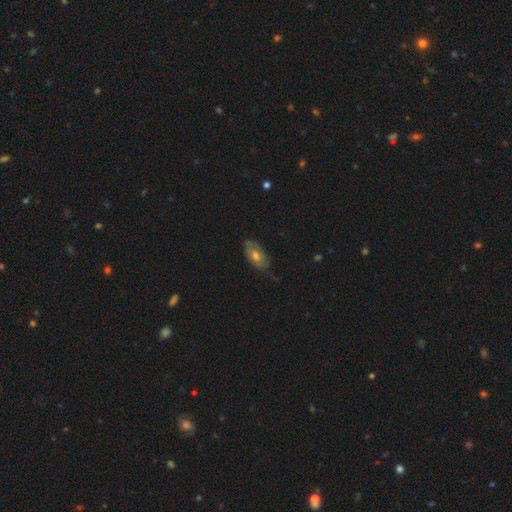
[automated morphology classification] This is possibly a smooth galaxy (46%). Merging: likely none (67%).